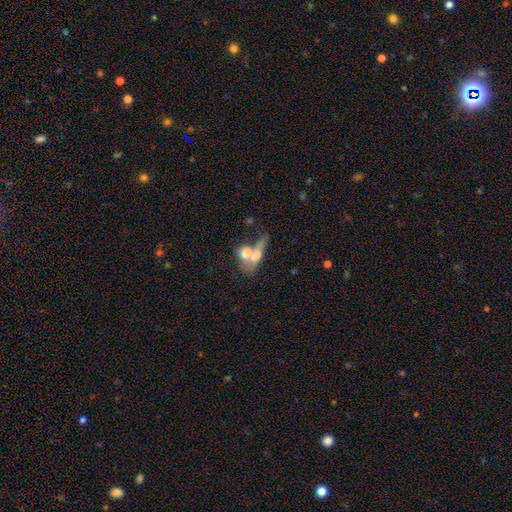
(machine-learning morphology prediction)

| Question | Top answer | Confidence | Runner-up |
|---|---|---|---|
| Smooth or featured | smooth | 61% | featured or disk (30%) |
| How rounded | in between | 65% | round (21%) |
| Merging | merger | 67% | none (14%) |